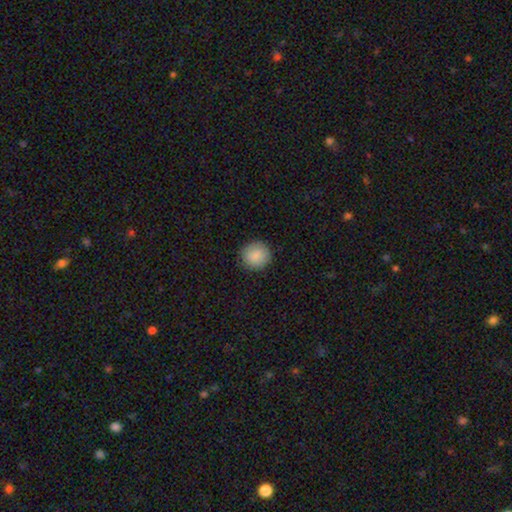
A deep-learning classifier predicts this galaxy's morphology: smooth_or_featured: smooth (p=0.89) [alt: star or artifact p=0.07]
how_rounded: round (p=0.92) [alt: in between p=0.07]
merging: none (p=0.88) [alt: minor disturbance p=0.09]